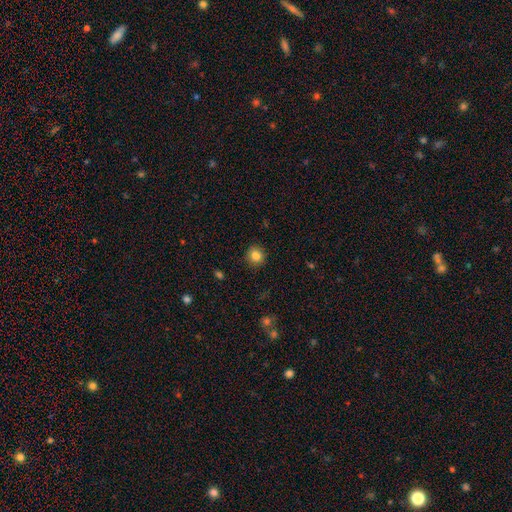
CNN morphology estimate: This appears to be a smooth galaxy with no disk features (84%) that is round (89%). Merging: none (90%).